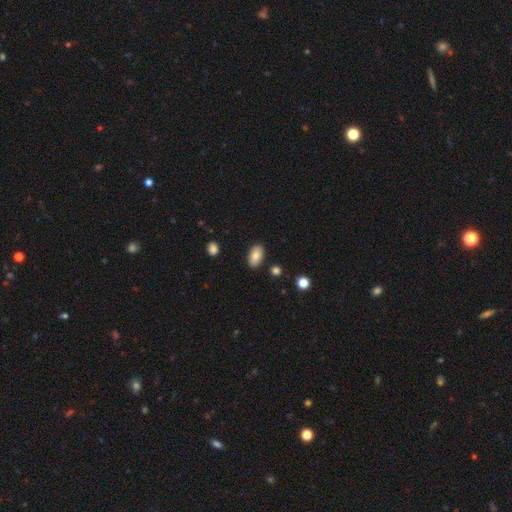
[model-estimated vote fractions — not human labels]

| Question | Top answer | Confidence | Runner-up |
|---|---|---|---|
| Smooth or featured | smooth | 83% | featured or disk (10%) |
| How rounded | in between | 93% | round (5%) |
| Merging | none | 87% | minor disturbance (9%) |